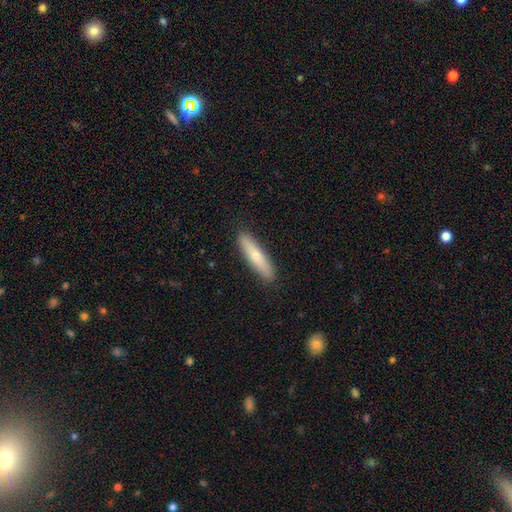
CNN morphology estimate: Q: Smooth or featured?
A: smooth (66%); runner-up: featured or disk (29%)
Q: How rounded?
A: cigar-shaped (84%); runner-up: in between (14%)
Q: Merging?
A: none (90%); runner-up: minor disturbance (8%)